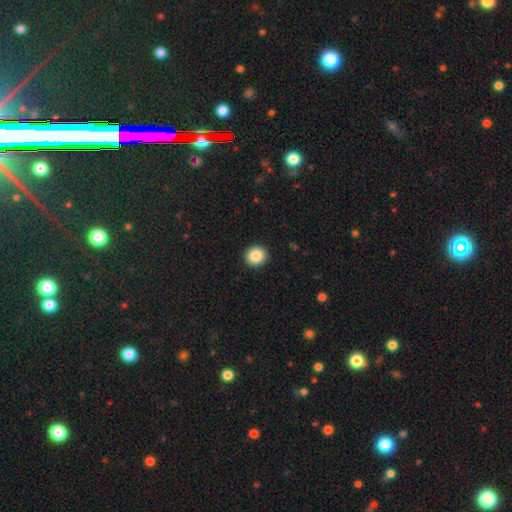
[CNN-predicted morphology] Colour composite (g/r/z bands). It shows a smooth galaxy with no disk features (87%) that is round (83%). Merging: none (92%).